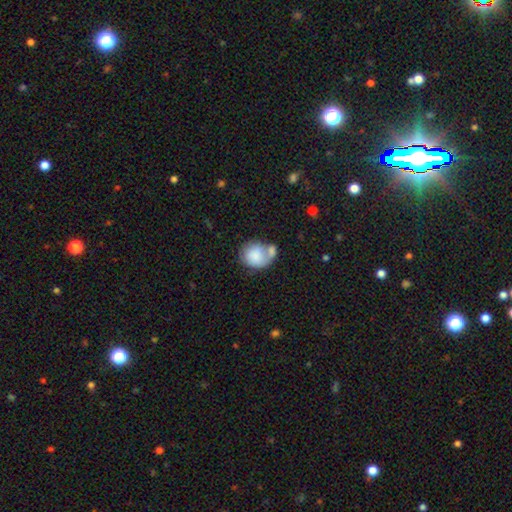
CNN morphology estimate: Smooth or featured? smooth (77%)
How rounded? round (66%)
Merging? merger (44%)